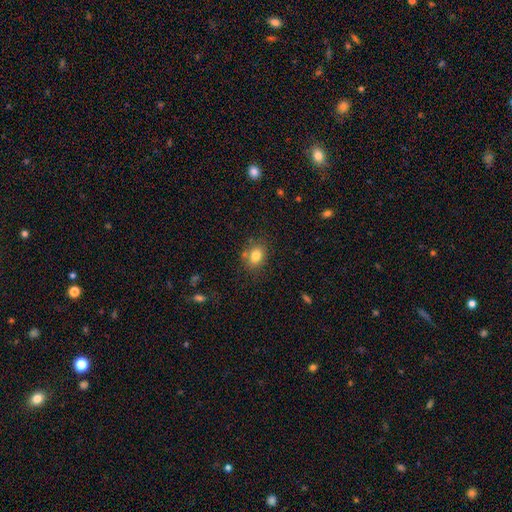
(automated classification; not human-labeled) This is likely a smooth galaxy (80%). How rounded: possibly in between (57%). Merging: likely none (75%).